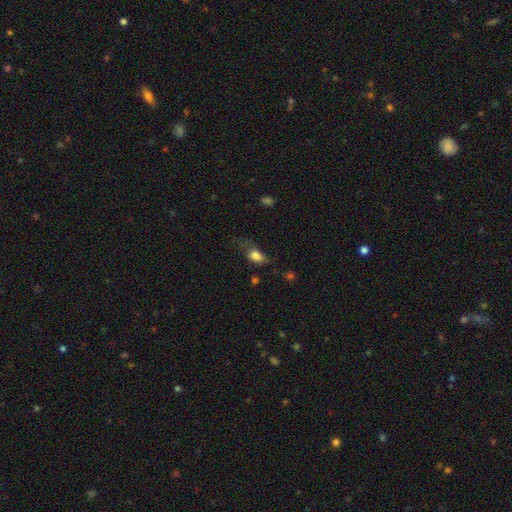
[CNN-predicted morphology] Smooth or featured: smooth — 79% (featured or disk — 11%)
How rounded: in between — 81% (round — 13%)
Merging: none — 38% (minor disturbance — 29%)